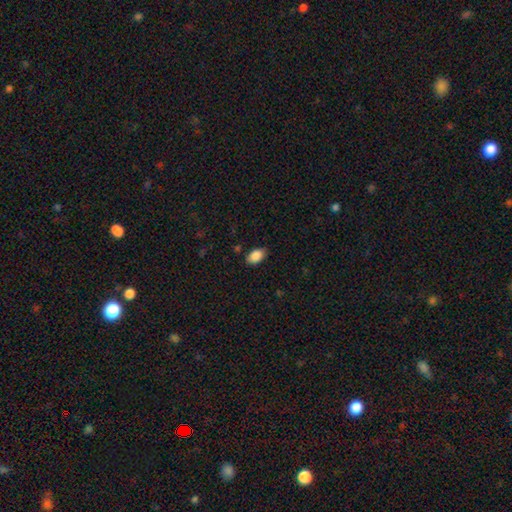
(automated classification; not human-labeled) Morphology: type=smooth (89%); roundness=in between (92%); merging=none (85%).